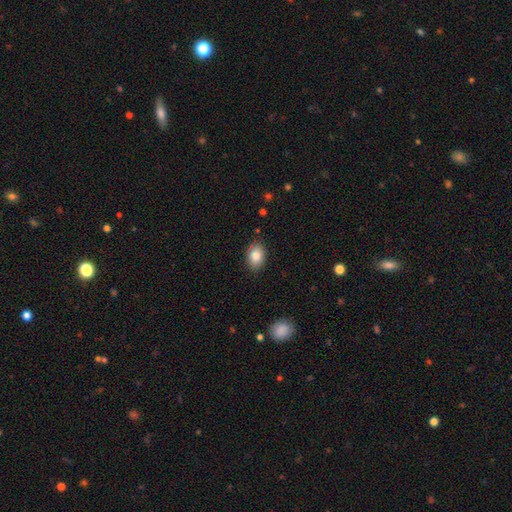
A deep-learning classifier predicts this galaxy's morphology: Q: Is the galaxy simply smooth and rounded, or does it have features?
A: smooth — 85%.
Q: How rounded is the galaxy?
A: in between — 81%.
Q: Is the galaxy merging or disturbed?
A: none — 86%.